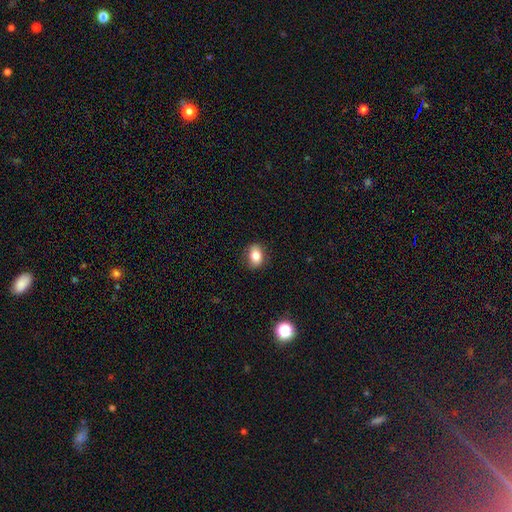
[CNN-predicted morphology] smooth_or_featured: smooth (p=0.80) [alt: featured or disk p=0.10]
how_rounded: in between (p=0.67) [alt: round p=0.31]
merging: none (p=0.85) [alt: minor disturbance p=0.11]